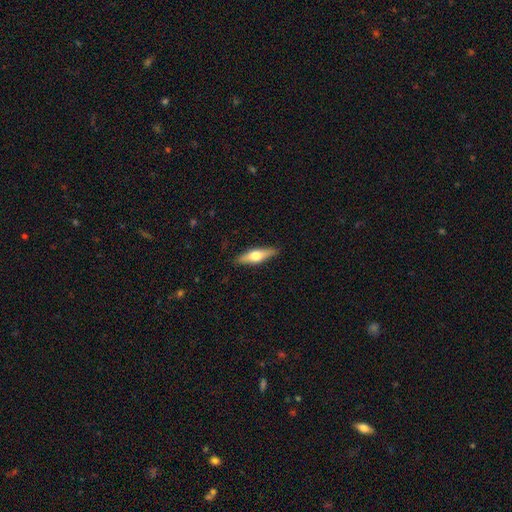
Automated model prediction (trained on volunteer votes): Smooth or featured?
  - smooth: 47% * (tied)
  - featured or disk: 47% * (tied)
  - star or artifact: 6%
Merging?
  - none: 89% *
  - minor disturbance: 9%
  - major disturbance: 2%
  - merger: 1%